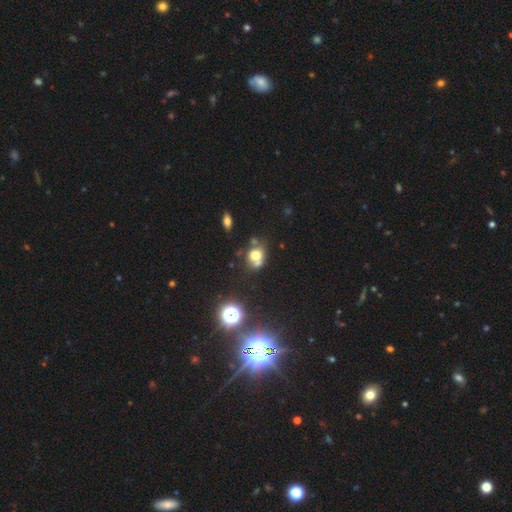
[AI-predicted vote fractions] This appears to be a smooth galaxy with no disk features (67%) that is round (59%). Merging: none (43%).